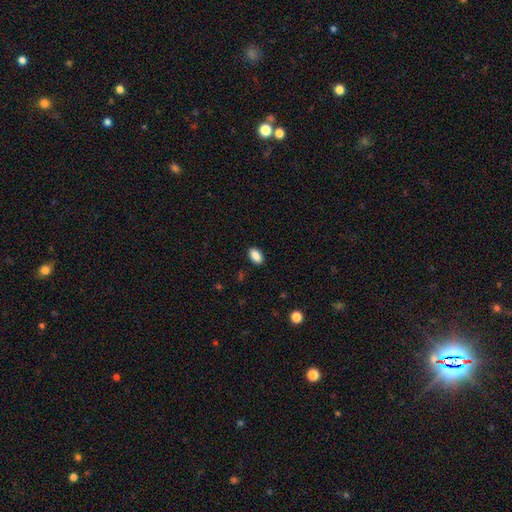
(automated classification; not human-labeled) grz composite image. It shows a smooth galaxy with no disk features (89%) that is in between round and cigar-shaped (92%). Merging: none (89%).